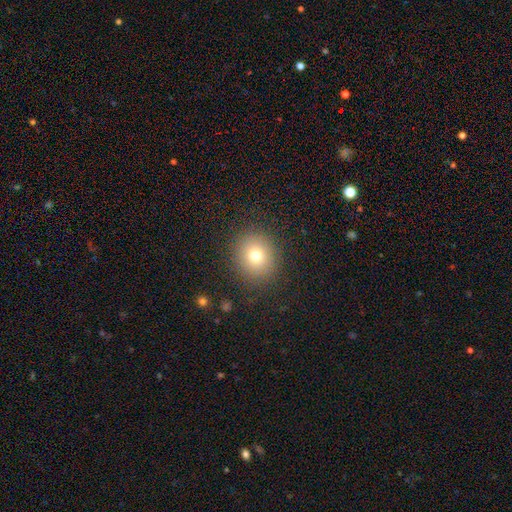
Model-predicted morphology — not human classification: A smooth galaxy with no disk features (74%) that is round (84%).

Vote fractions:
- Smooth or featured? smooth: 74% / star or artifact: 14% / featured or disk: 11%
- How rounded? round: 84% / in between: 15% / cigar-shaped: 1%
- Merging? none: 87% / minor disturbance: 8% / major disturbance: 4% / merger: 1%